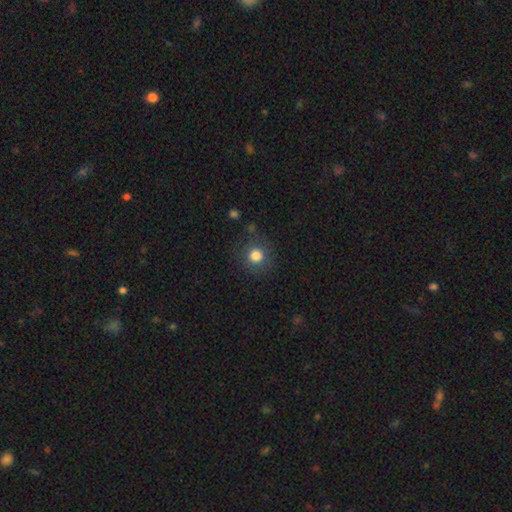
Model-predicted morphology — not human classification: type=smooth (82%); roundness=round (92%); merging=none (82%).